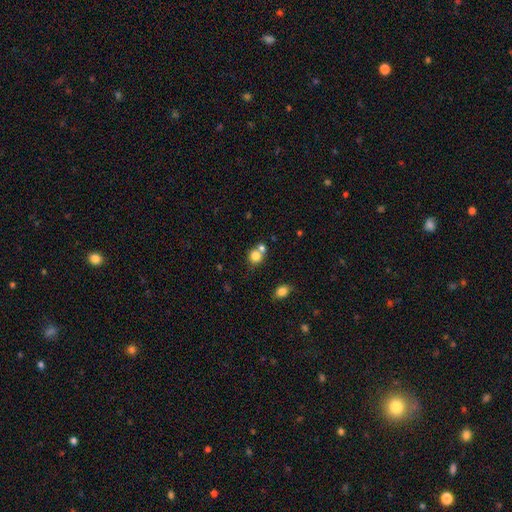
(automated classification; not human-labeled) This appears to be a smooth galaxy with no disk features (80%) that is round (80%). Merging: none (47%).